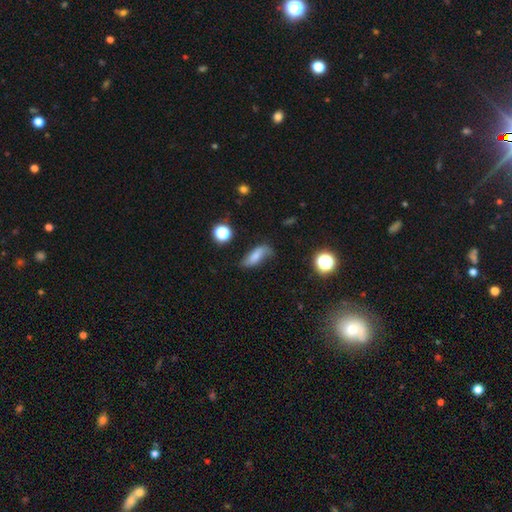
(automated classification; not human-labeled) This is likely a smooth galaxy (63%). How rounded: likely in between (66%). Merging: possibly none (55%).